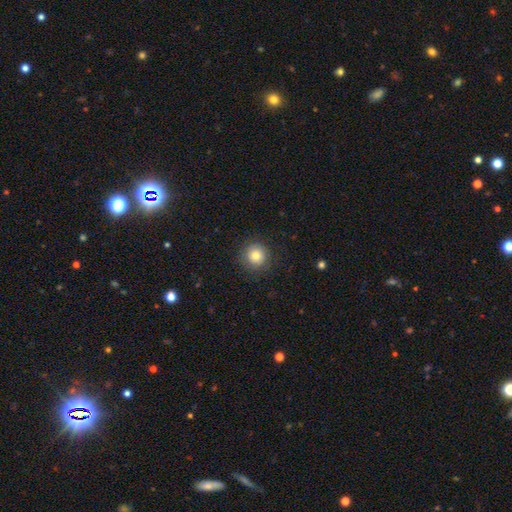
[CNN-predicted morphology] smooth 80%, star or artifact 10%, featured or disk 10%. Down the decision tree: how rounded — round (94%); merging — none (88%).